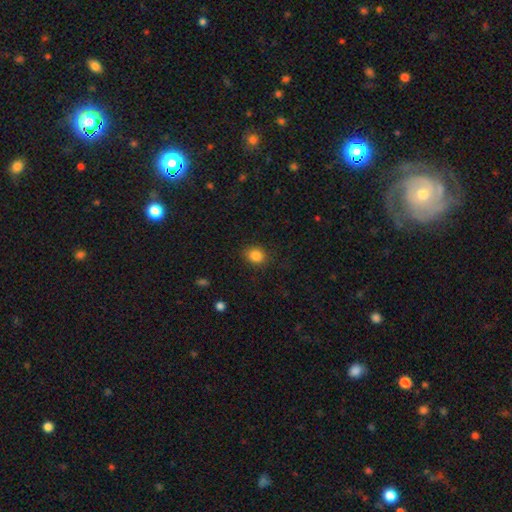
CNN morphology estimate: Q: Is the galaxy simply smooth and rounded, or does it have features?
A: smooth — 85%.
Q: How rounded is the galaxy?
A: round — 68%.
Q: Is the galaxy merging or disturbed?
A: none — 87%.